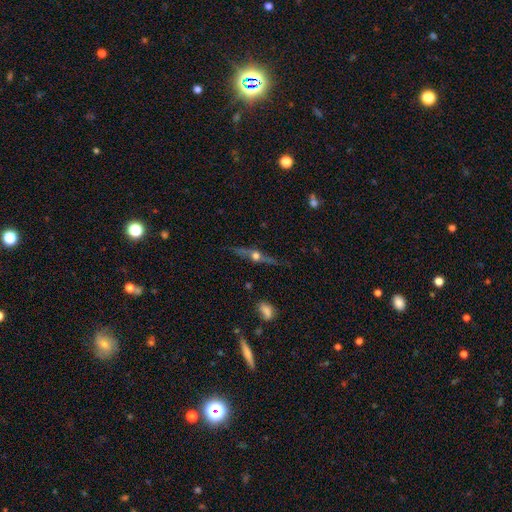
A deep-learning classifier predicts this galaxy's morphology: Q: Smooth or featured?
A: featured or disk (77%); runner-up: smooth (15%)
Q: Edge-on disk?
A: yes (96%); runner-up: no (4%)
Q: Edge-on bulge?
A: rounded (95%); runner-up: boxy (2%)
Q: Merging?
A: none (82%); runner-up: minor disturbance (12%)